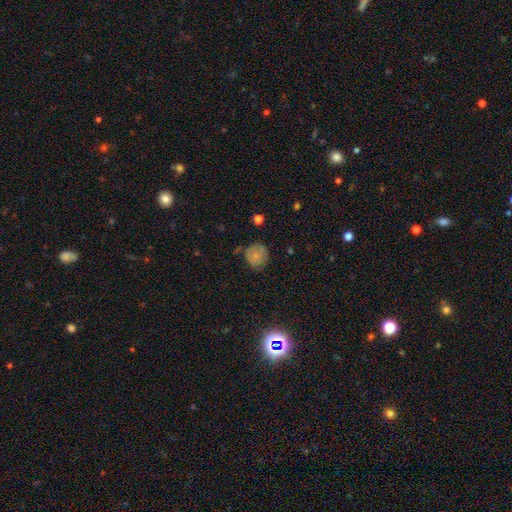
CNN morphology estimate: Smooth or featured? Predicted: smooth (p=0.70). How rounded? Predicted: round (p=0.85). Merging? Predicted: none (p=0.65).